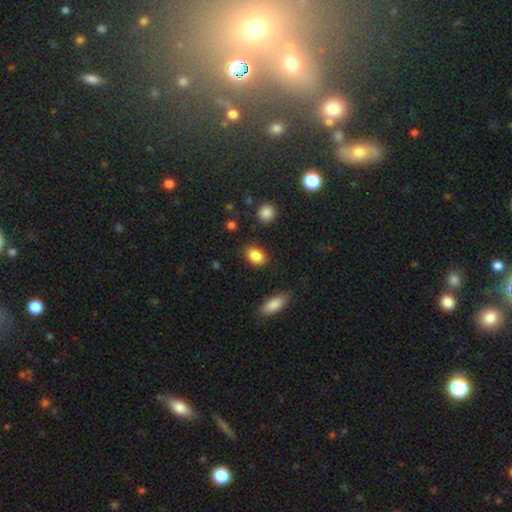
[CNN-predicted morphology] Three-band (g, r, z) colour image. It shows a smooth galaxy with no disk features (87%) that is in between round and cigar-shaped (81%). Merging: none (85%).